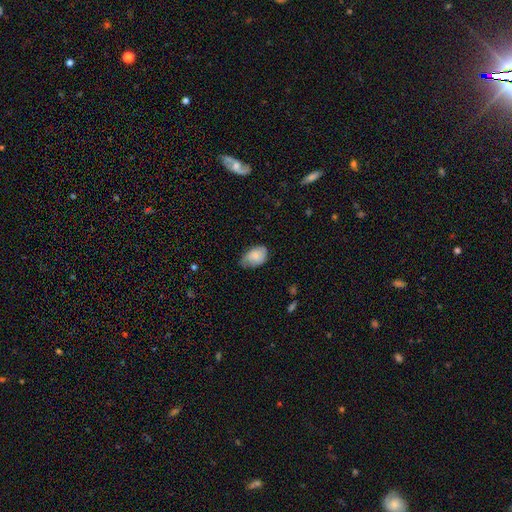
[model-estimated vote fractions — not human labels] This is likely a smooth galaxy (78%). How rounded: clearly in between (86%). Merging: marginally none (45%).